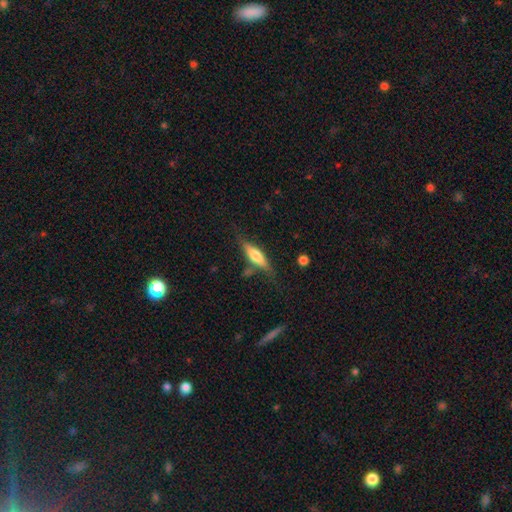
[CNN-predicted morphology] This appears to be a smooth galaxy with no disk features (54%) that is cigar-shaped (64%). Merging: none (68%).